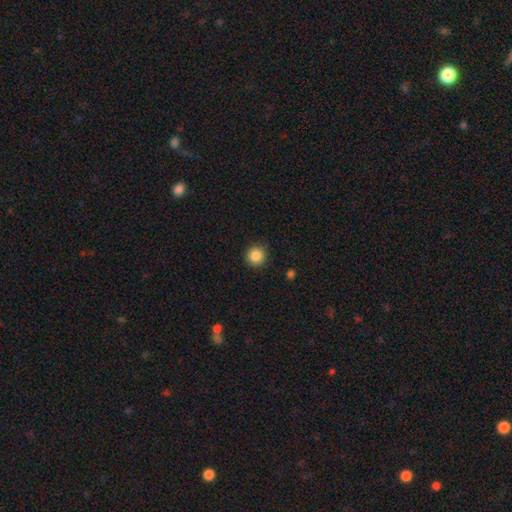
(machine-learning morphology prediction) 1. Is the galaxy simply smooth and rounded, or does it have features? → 86% smooth, 10% star or artifact, 4% featured or disk.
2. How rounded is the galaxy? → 93% round, 6% in between, 1% cigar-shaped.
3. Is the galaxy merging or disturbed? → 89% none, 8% minor disturbance, 2% major disturbance, 1% merger.